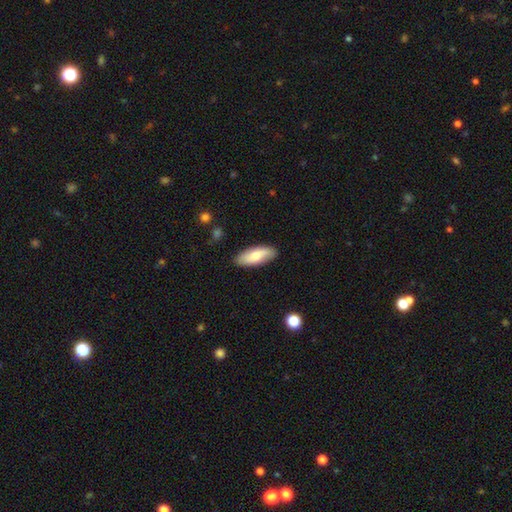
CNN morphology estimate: A smooth galaxy with no disk features (73%) that is in between round and cigar-shaped (72%). Merging: none (86%).